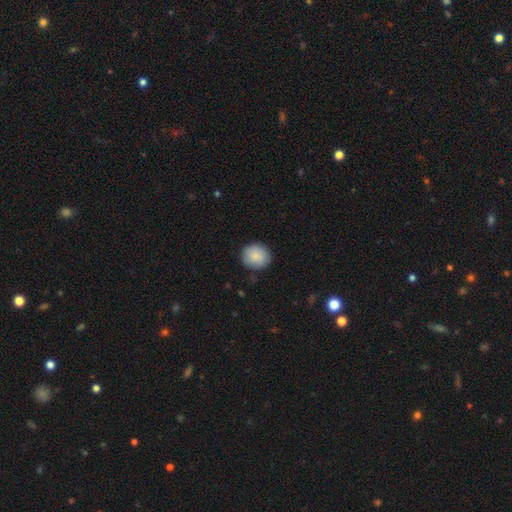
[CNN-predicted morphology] Smooth or featured? Predicted: smooth (p=0.86). How rounded? Predicted: round (p=0.84). Merging? Predicted: none (p=0.84).